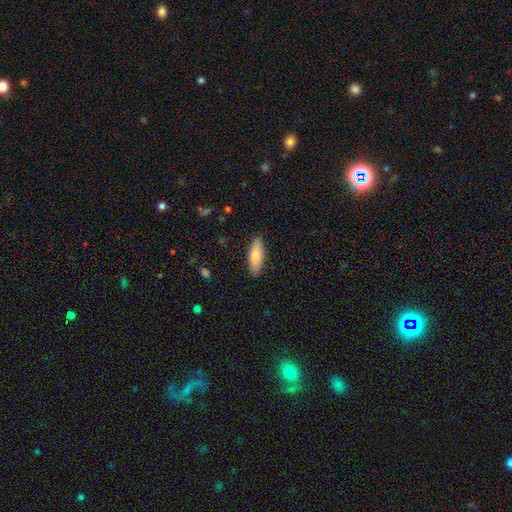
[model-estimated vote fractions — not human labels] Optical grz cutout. It shows a smooth galaxy with no disk features (78%) that is in between round and cigar-shaped (64%). Merging: none (88%).